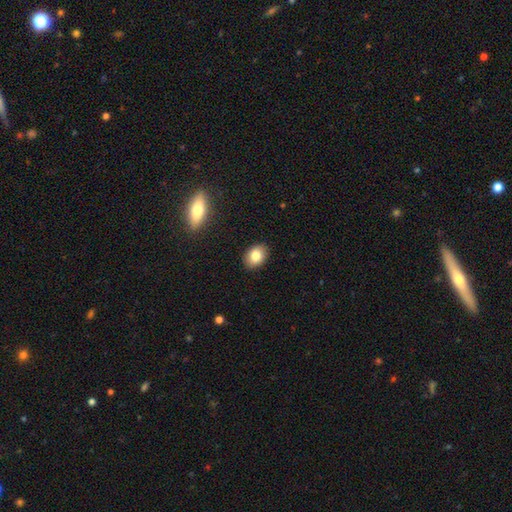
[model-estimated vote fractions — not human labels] Smooth or featured? Predicted: smooth (p=0.83). How rounded? Predicted: in between (p=0.75). Merging? Predicted: none (p=0.89).